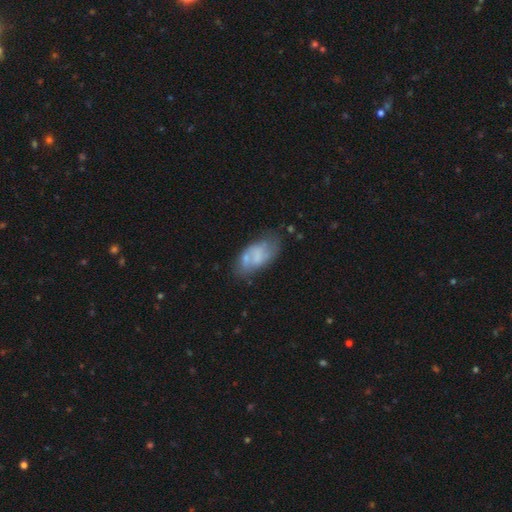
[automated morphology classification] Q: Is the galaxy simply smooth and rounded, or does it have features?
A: smooth — 46%, tied with featured or disk.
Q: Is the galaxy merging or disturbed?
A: none — 47%.